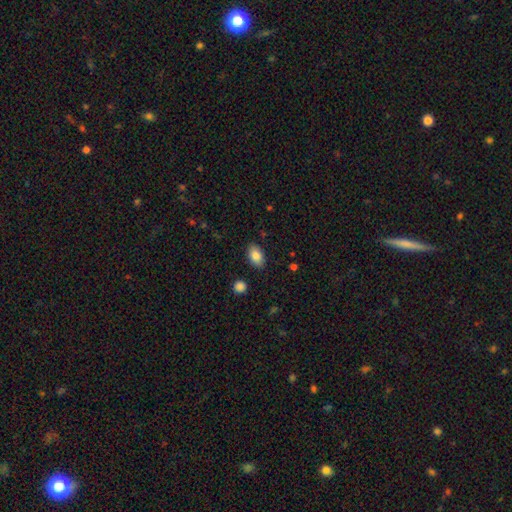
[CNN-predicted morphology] smooth_or_featured: smooth (p=0.85) [alt: star or artifact p=0.08]
how_rounded: in between (p=0.90) [alt: round p=0.09]
merging: none (p=0.86) [alt: minor disturbance p=0.10]